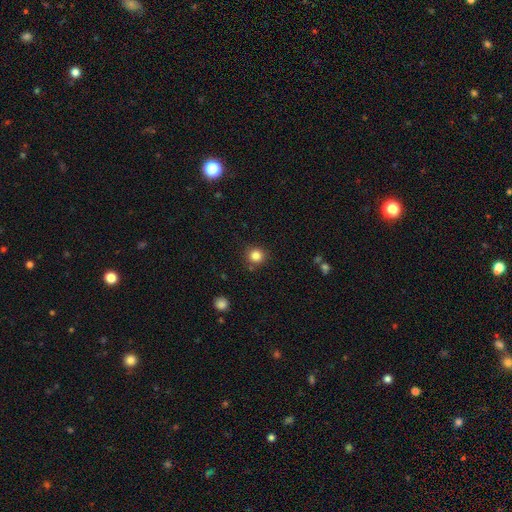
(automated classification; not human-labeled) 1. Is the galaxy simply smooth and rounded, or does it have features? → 84% smooth, 11% star or artifact, 4% featured or disk.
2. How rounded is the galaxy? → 92% round, 7% in between, 1% cigar-shaped.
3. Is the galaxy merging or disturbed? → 85% none, 9% minor disturbance, 3% merger, 3% major disturbance.